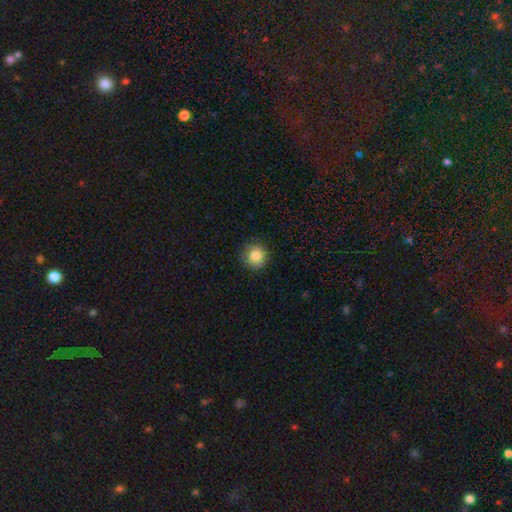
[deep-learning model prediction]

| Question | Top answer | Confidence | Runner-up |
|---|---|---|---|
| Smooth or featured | smooth | 85% | star or artifact (9%) |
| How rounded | round | 95% | in between (4%) |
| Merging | none | 87% | minor disturbance (10%) |